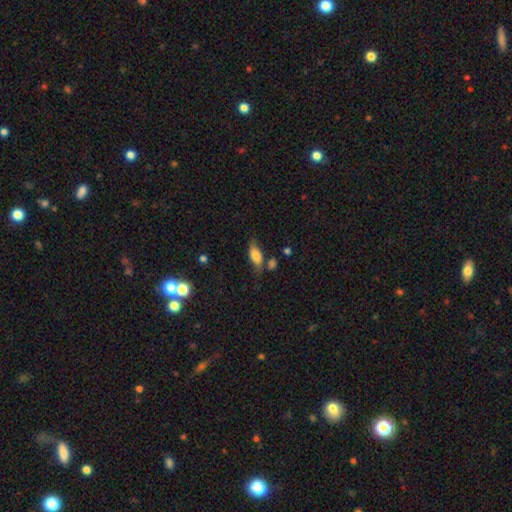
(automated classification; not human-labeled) smooth 73%, featured or disk 19%, star or artifact 8%. Down the decision tree: how rounded — in between (80%); merging — none (59%).